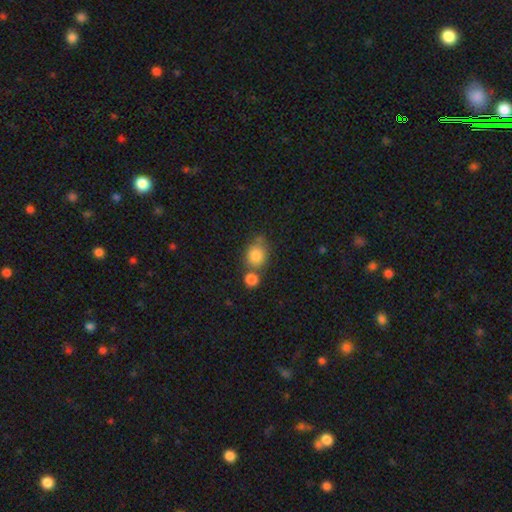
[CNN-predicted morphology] Smooth or featured? Predicted: smooth (p=0.84). How rounded? Predicted: round (p=0.63). Merging? Predicted: none (p=0.48).